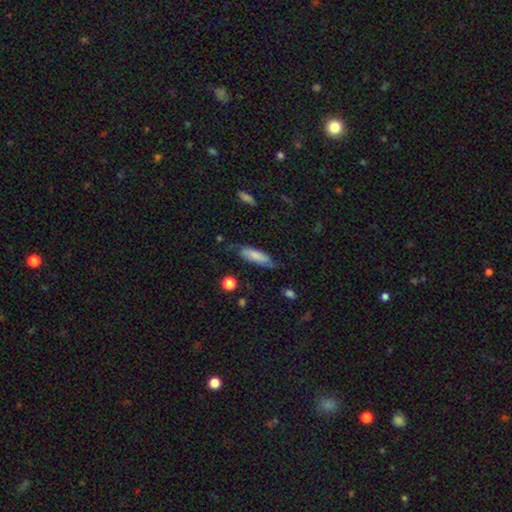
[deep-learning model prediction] A smooth galaxy with no disk features (71%) that is cigar-shaped (52%).

Vote fractions:
- Smooth or featured? smooth: 71% / featured or disk: 23% / star or artifact: 7%
- How rounded? cigar-shaped: 52% / in between: 46% / round: 2%
- Merging? none: 59% / minor disturbance: 29% / major disturbance: 10% / merger: 2%